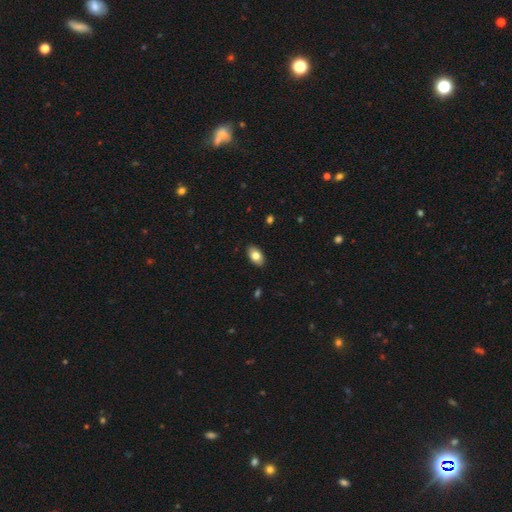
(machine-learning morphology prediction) Q: Smooth or featured?
A: smooth (80%); runner-up: featured or disk (13%)
Q: How rounded?
A: in between (92%); runner-up: round (7%)
Q: Merging?
A: none (89%); runner-up: minor disturbance (8%)